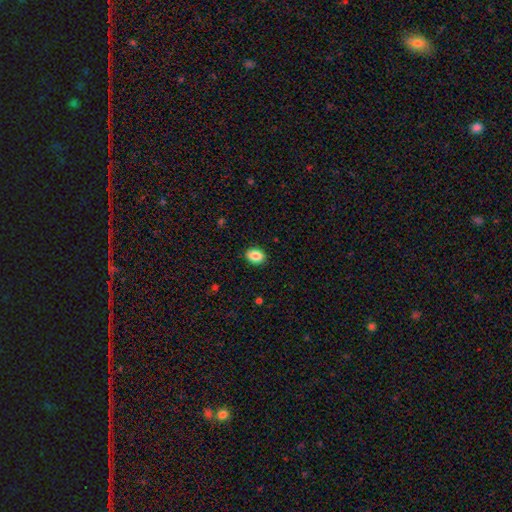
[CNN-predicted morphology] smooth_or_featured: smooth (p=0.87) [alt: star or artifact p=0.08]
how_rounded: in between (p=0.70) [alt: round p=0.29]
merging: none (p=0.90) [alt: minor disturbance p=0.07]